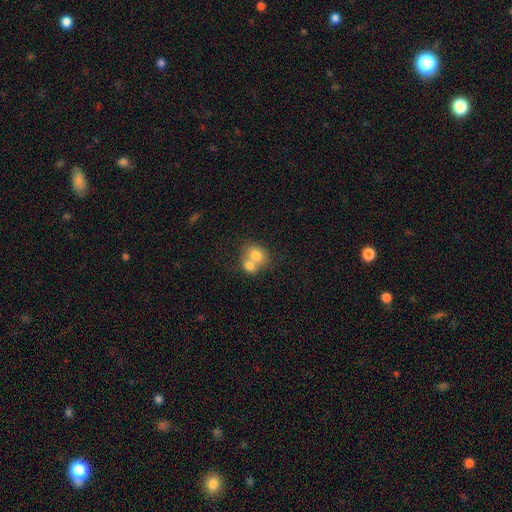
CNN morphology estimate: Overall: smooth (74%). How rounded: round (64%; in between 35%). Merging: merger (67%).